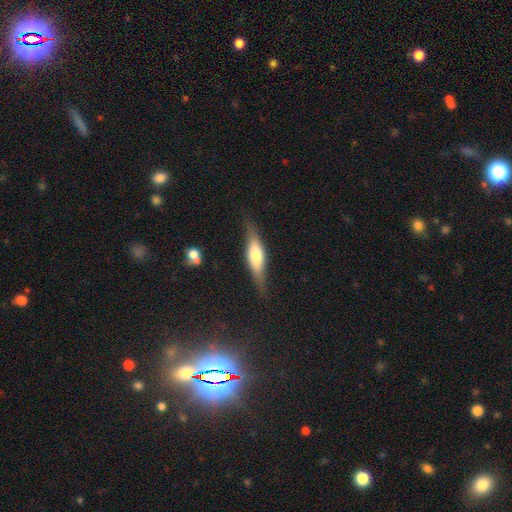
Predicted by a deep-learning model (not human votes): Overall: featured or disk (49%; smooth 44%). Merging: none (79%).